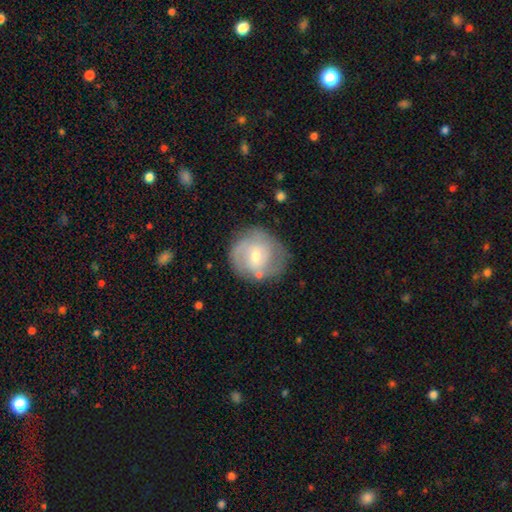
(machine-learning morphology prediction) A featured or disk galaxy (62%) with no bar (49%), spiral arms (79%) and a moderate central bulge (56%). Merging: none (67%).